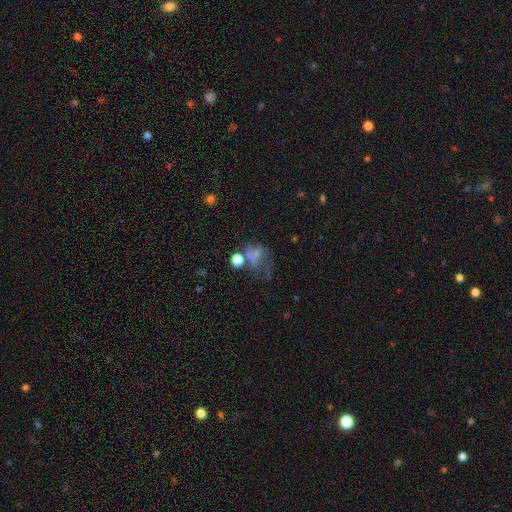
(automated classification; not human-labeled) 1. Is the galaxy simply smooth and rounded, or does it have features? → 37% smooth, 32% star or artifact, 31% featured or disk.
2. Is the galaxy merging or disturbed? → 38% major disturbance, 29% none, 17% minor disturbance, 16% merger.